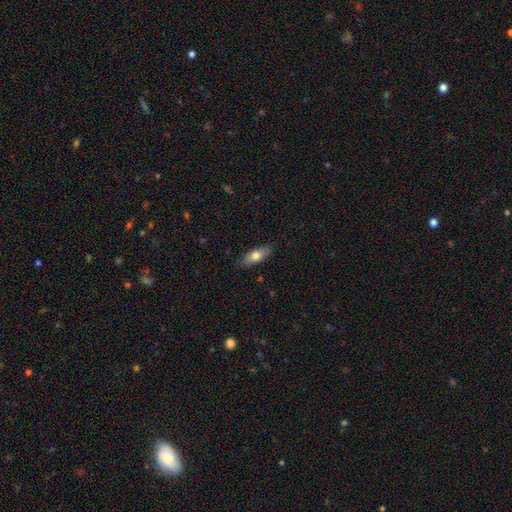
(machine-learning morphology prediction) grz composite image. It shows a smooth galaxy with no disk features (68%) that is in between round and cigar-shaped (69%). Merging: none (86%).